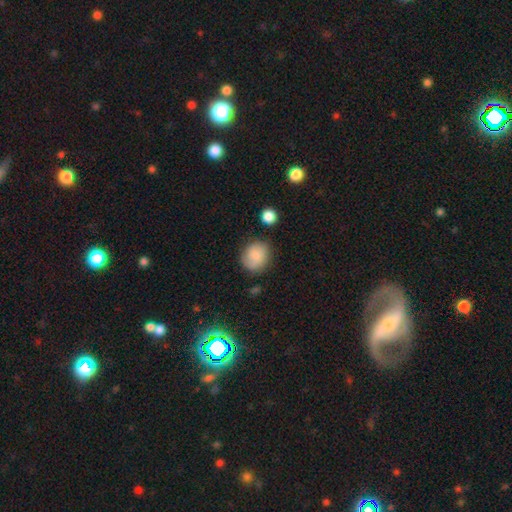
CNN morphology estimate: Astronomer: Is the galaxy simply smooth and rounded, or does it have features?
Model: smooth — 75%.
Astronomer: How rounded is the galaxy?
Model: round — 73%.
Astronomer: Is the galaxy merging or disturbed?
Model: none — 73%.